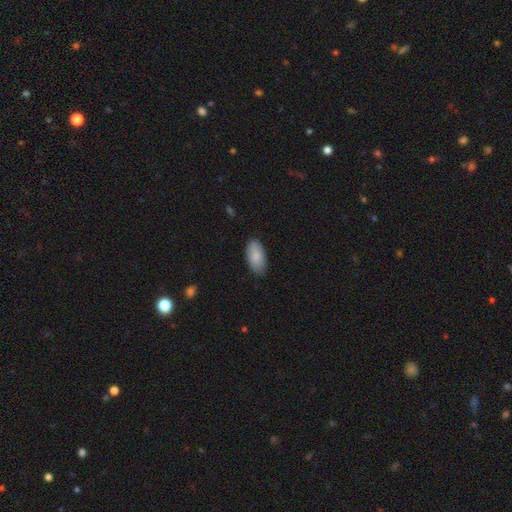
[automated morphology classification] This appears to be a smooth galaxy with no disk features (85%) that is in between round and cigar-shaped (94%). Merging: none (82%).